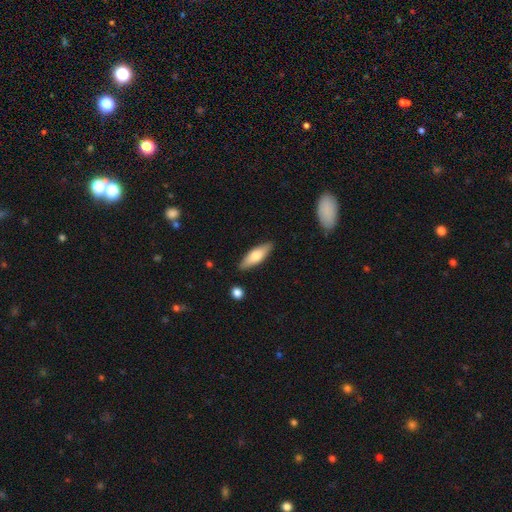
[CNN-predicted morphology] smooth 65%, featured or disk 30%, star or artifact 6%. Down the decision tree: how rounded — in between (51%); merging — none (87%).